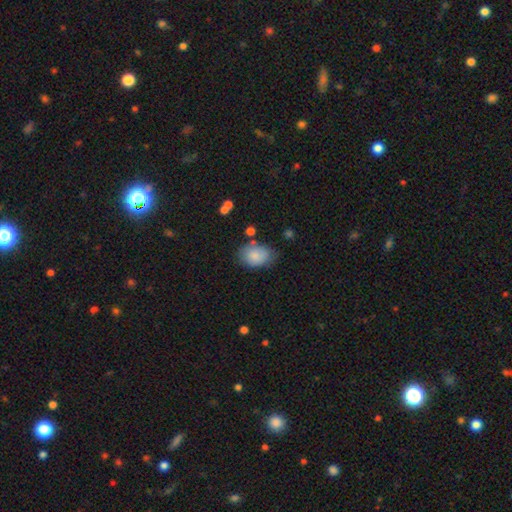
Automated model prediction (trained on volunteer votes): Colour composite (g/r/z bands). It shows a smooth galaxy with no disk features (83%) that is in between round and cigar-shaped (79%). Merging: none (66%).